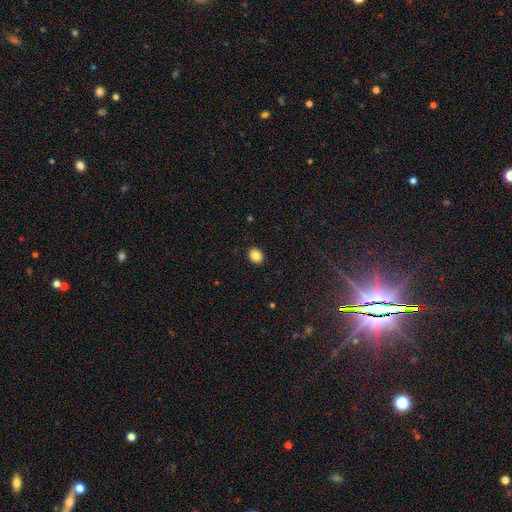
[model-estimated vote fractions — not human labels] This appears to be a smooth galaxy with no disk features (86%) that is round (64%). Merging: none (91%).